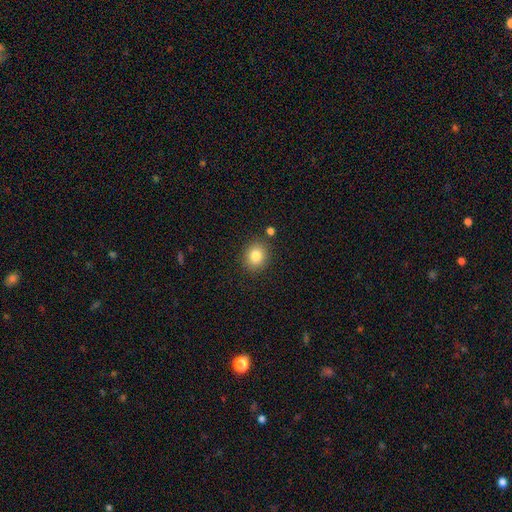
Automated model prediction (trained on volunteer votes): smooth 82%, star or artifact 10%, featured or disk 8%. Down the decision tree: how rounded — round (73%); merging — none (85%).